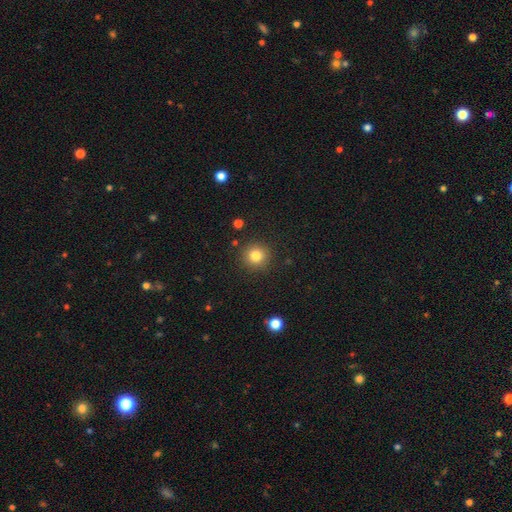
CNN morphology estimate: smooth_or_featured: smooth (p=0.82) [alt: star or artifact p=0.12]
how_rounded: round (p=0.93) [alt: in between p=0.06]
merging: none (p=0.90) [alt: minor disturbance p=0.06]